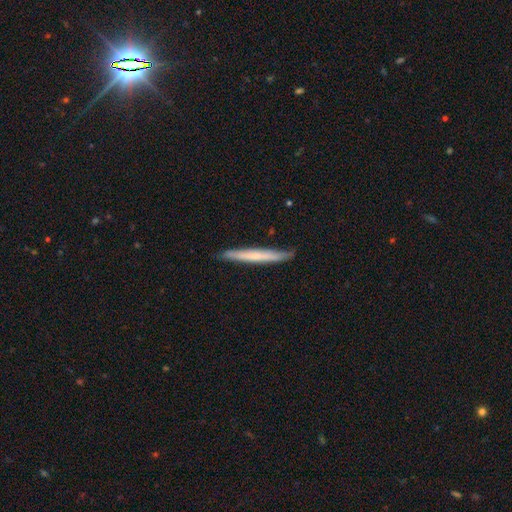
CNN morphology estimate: A smooth galaxy with no disk features (54%) that is cigar-shaped (97%).

Vote fractions:
- Smooth or featured? smooth: 54% / featured or disk: 40% / star or artifact: 5%
- How rounded? cigar-shaped: 97% / in between: 2% / round: 1%
- Merging? none: 86% / minor disturbance: 11% / major disturbance: 2% / merger: 1%